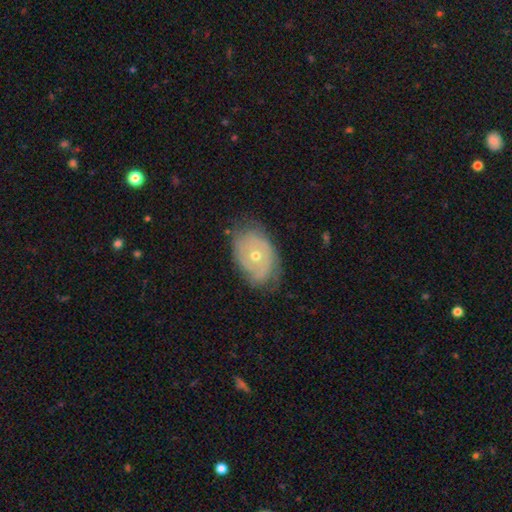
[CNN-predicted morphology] Smooth or featured: featured or disk — 63% (smooth — 29%)
Edge-on disk: no — 94% (yes — 6%)
Bar: no — 85% (weak — 12%)
Spiral arms: yes — 62% (no — 38%)
Bulge size: moderate — 51% (small — 46%)
Merging: none — 63% (minor disturbance — 26%)